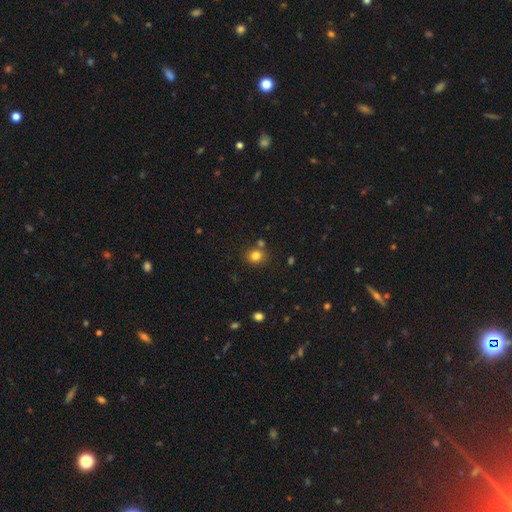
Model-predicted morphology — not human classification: type=smooth (80%); roundness=round (80%); merging=none (76%).